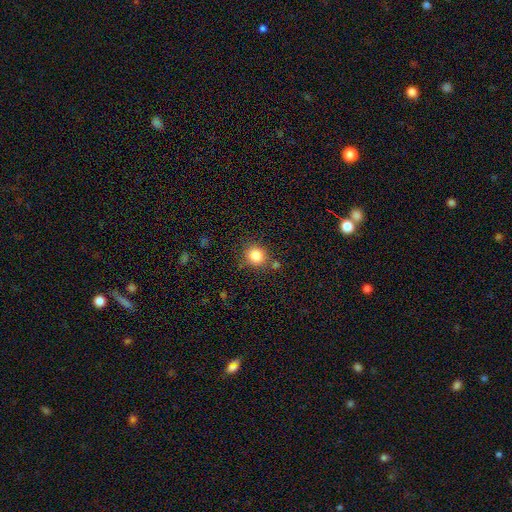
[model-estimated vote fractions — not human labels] A smooth galaxy with no disk features (84%) that is round (84%). Merging: none (77%).